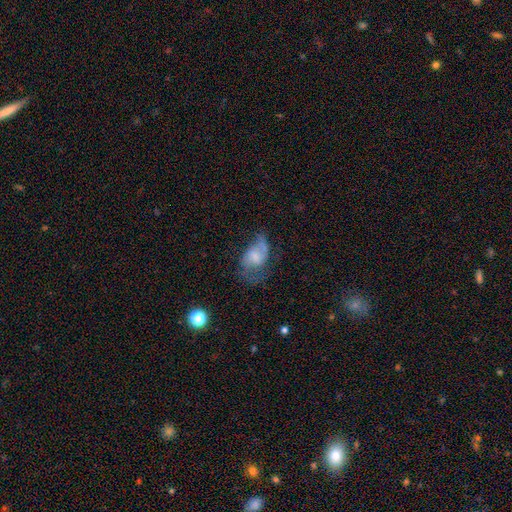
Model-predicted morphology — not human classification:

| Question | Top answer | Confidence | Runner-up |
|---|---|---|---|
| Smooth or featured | featured or disk | 53% | smooth (38%) |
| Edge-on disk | no | 96% | yes (4%) |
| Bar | no | 53% | weak (40%) |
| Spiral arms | yes | 75% | no (25%) |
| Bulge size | moderate | 32% | small (29%) |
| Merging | none | 35% | tied: major disturbance (35%) |